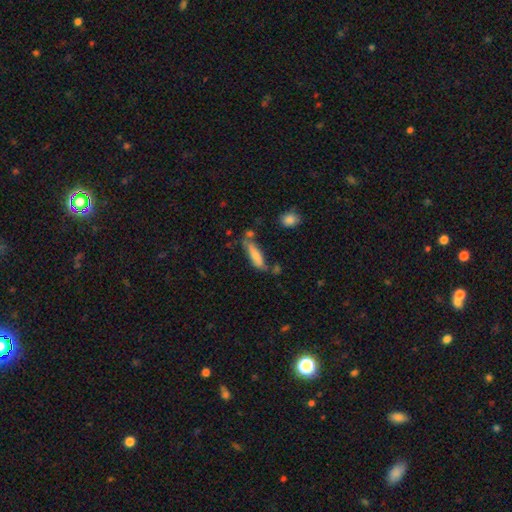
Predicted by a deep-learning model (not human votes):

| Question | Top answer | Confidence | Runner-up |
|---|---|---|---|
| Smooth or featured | smooth | 70% | featured or disk (23%) |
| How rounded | cigar-shaped | 59% | in between (39%) |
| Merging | none | 53% | minor disturbance (24%) |